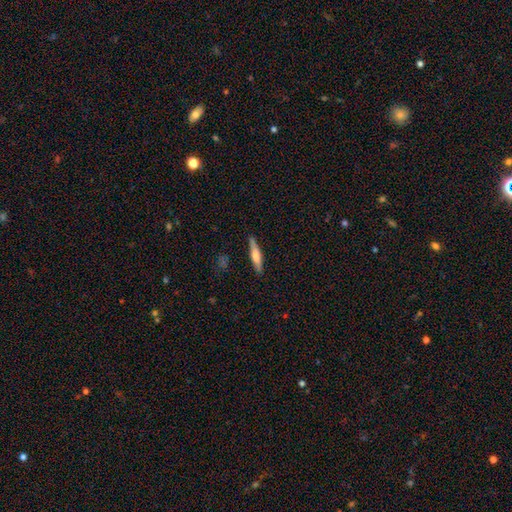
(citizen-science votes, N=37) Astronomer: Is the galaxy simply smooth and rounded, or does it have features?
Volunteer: smooth — 49% (runner-up: featured or disk, 43%).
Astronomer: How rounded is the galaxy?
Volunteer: cigar-shaped — 89%.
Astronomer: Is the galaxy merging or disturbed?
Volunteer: none — 85%.